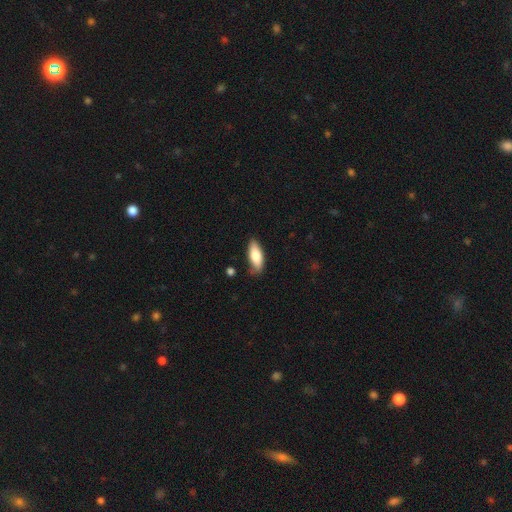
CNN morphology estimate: Smooth or featured? smooth (79%)
How rounded? in between (75%)
Merging? none (74%)